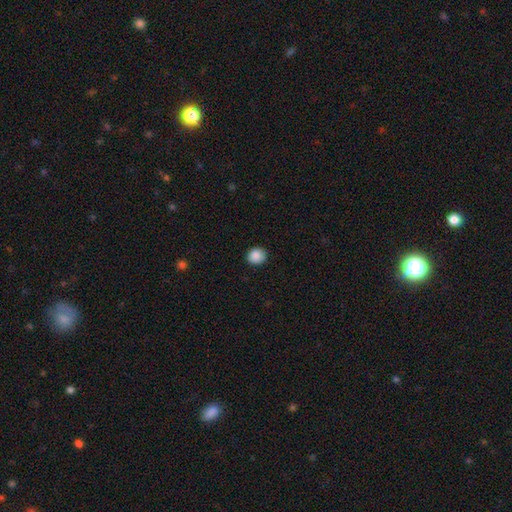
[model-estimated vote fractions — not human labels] Smooth or featured: smooth — 89% (star or artifact — 9%)
How rounded: round — 79% (in between — 20%)
Merging: none — 89% (minor disturbance — 8%)